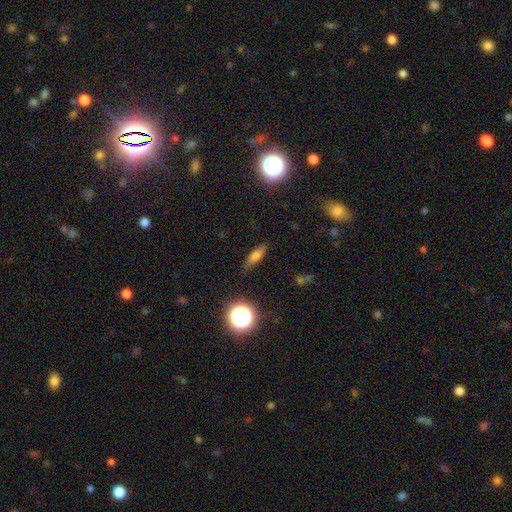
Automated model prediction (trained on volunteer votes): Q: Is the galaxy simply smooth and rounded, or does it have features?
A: smooth — 66%.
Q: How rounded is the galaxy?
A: in between — 49%.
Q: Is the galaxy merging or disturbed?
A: none — 74%.